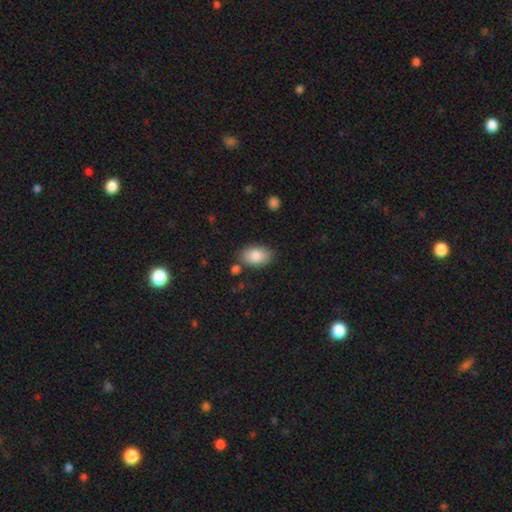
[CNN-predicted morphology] The model was most divided on "merging": none: 80%, minor disturbance: 12%, merger: 5%, major disturbance: 3%. More confident: how rounded — in between (91%); smooth or featured — smooth (86%).